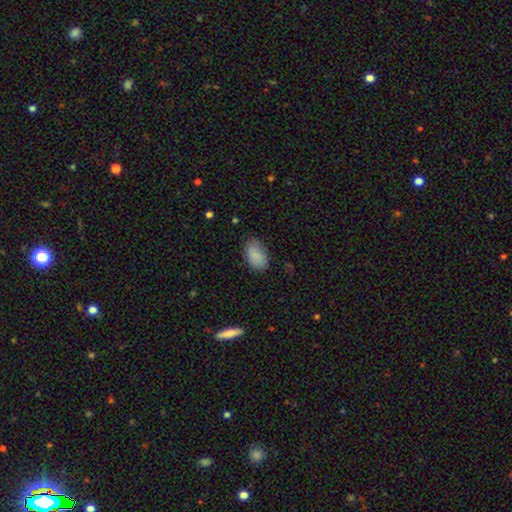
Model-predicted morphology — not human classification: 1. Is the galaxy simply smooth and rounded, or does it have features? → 88% smooth, 7% star or artifact, 5% featured or disk.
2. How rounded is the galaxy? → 92% in between, 7% round, 1% cigar-shaped.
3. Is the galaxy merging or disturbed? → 79% none, 16% minor disturbance, 4% major disturbance, 1% merger.